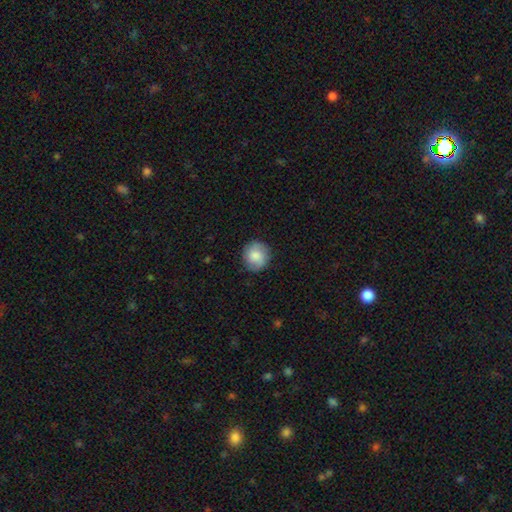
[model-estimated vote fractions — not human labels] smooth-or-featured: smooth: 78% | featured or disk: 15% | star or artifact: 7%
  how-rounded: round: 89% | in between: 10% | cigar-shaped: 1%
  merging: none: 85% | minor disturbance: 11% | major disturbance: 3% | merger: 1%